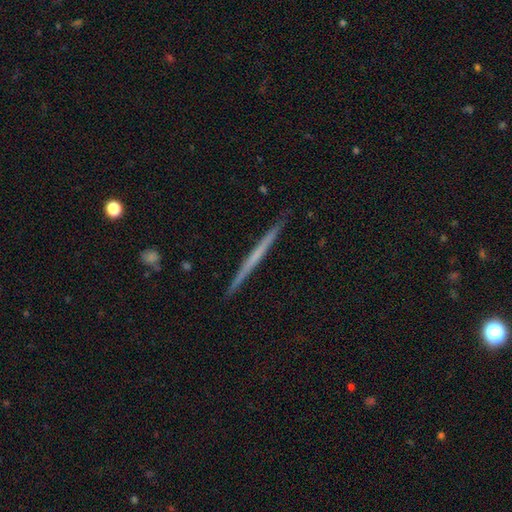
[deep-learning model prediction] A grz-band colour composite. It shows a featured or disk galaxy (57%) viewed edge-on (98%) with no central bulge (89%). Merging: none (92%).